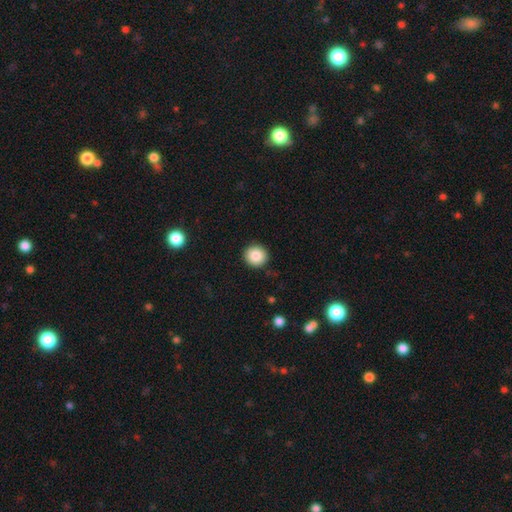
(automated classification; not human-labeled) A smooth galaxy with no disk features (86%) that is round (93%).

Vote fractions:
- Smooth or featured? smooth: 86% / star or artifact: 9% / featured or disk: 5%
- How rounded? round: 93% / in between: 6% / cigar-shaped: 1%
- Merging? none: 91% / minor disturbance: 6% / major disturbance: 2% / merger: 1%